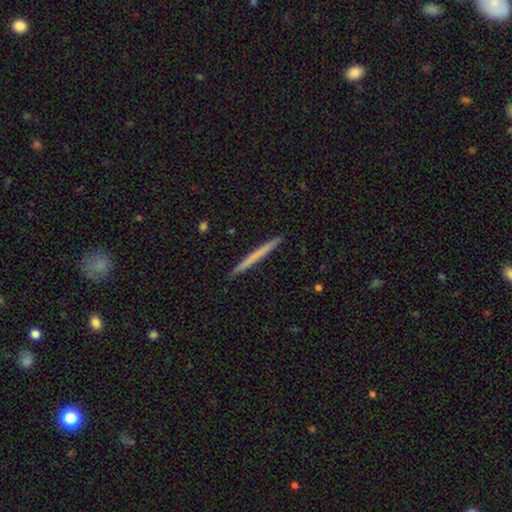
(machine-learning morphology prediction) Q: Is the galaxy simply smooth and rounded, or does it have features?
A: smooth — 59%.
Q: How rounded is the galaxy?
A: cigar-shaped — 97%.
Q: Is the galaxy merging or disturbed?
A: none — 93%.